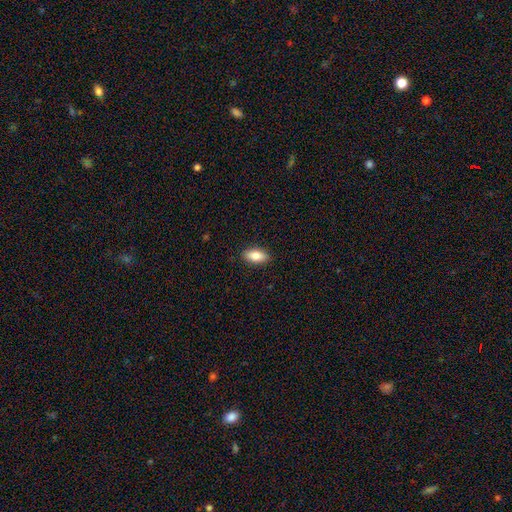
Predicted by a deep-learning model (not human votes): smooth 82%, featured or disk 11%, star or artifact 7%. Down the decision tree: how rounded — in between (89%); merging — none (89%).